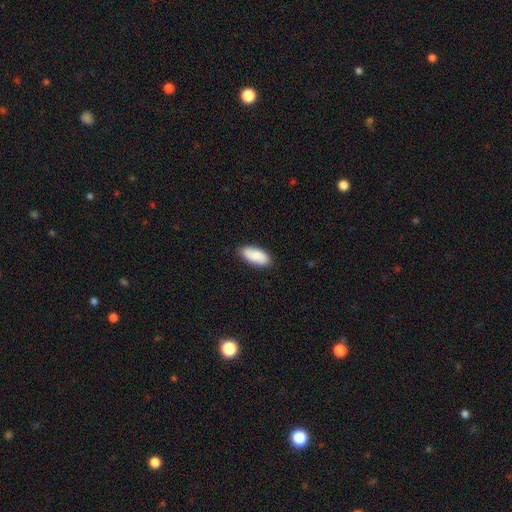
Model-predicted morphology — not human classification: Overall: smooth (85%). How rounded: in between (90%). Merging: none (85%).